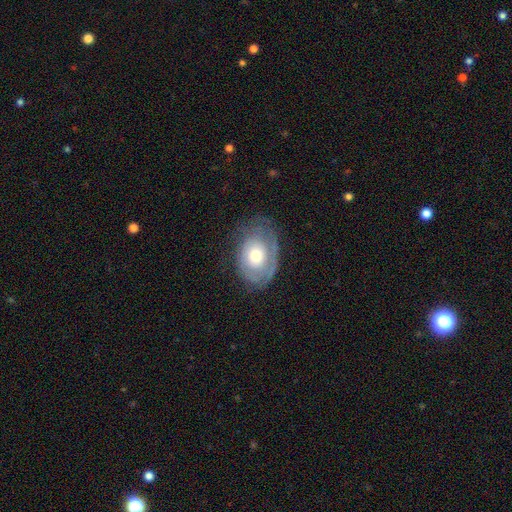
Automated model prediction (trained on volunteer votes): This is possibly a featured or disk galaxy (56%). It is clearly not viewed edge-on (94%). Bar: clearly no (85%). Spiral arm pattern: likely yes (60%). Central bulge: likely moderate (65%). Merging: possibly none (60%).